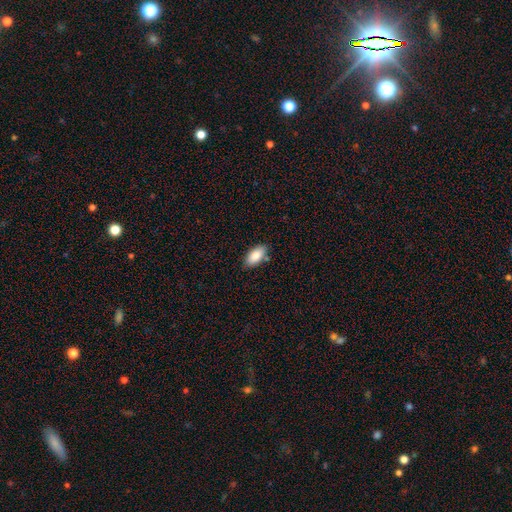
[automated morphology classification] This appears to be a smooth galaxy with no disk features (86%) that is in between round and cigar-shaped (92%). Merging: none (82%).